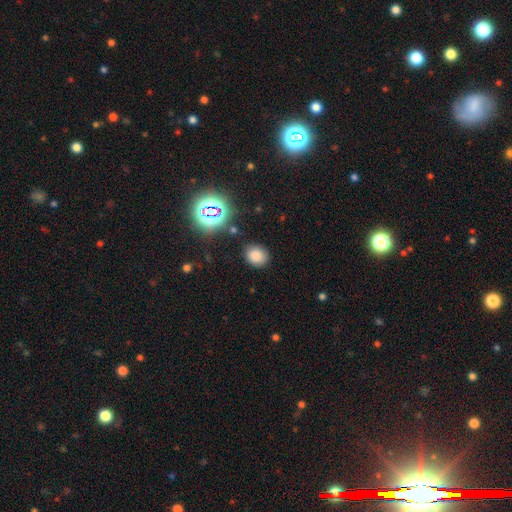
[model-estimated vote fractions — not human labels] Smooth or featured? smooth (77%)
How rounded? round (57%)
Merging? none (85%)